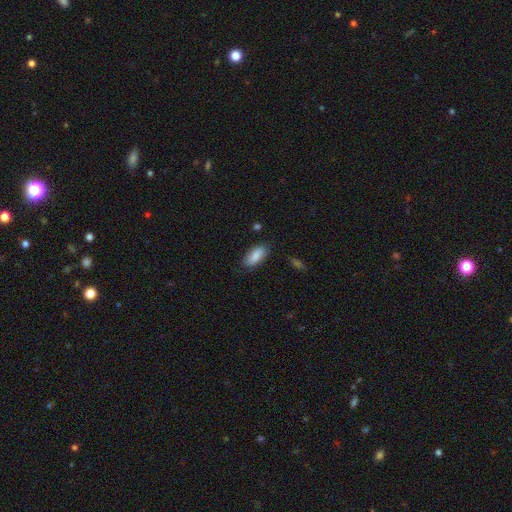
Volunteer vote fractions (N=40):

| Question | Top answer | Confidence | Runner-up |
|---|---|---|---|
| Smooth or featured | smooth | 85% | featured or disk (8%) |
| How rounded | in between | 91% | cigar-shaped (9%) |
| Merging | none | 86% | minor disturbance (8%) |